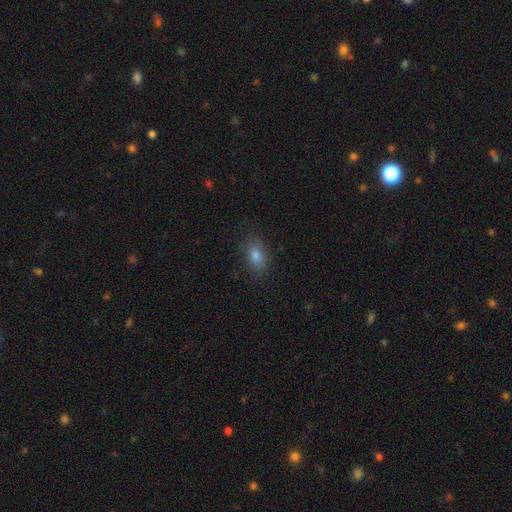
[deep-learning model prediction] Smooth or featured?
  - smooth: 80% *
  - star or artifact: 11%
  - featured or disk: 9%
How rounded?
  - in between: 84% *
  - round: 12%
  - cigar-shaped: 3%
Merging?
  - none: 85% *
  - minor disturbance: 11%
  - major disturbance: 3%
  - merger: 1%